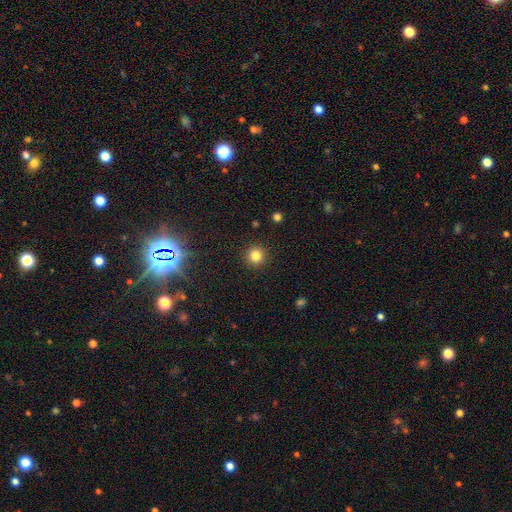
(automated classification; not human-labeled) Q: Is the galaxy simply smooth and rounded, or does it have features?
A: smooth — 82%.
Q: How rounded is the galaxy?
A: round — 95%.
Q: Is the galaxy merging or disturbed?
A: none — 92%.